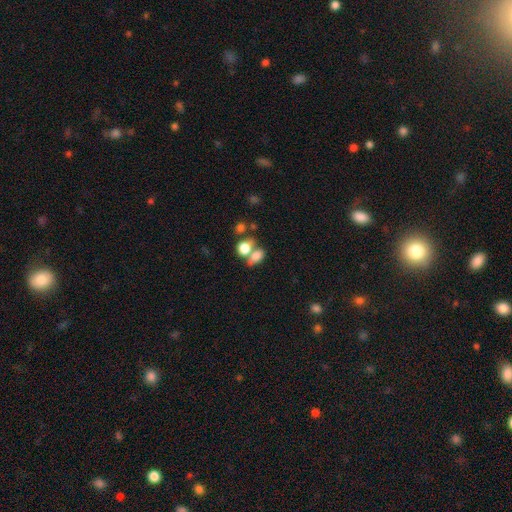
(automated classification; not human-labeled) Morphology: type=smooth (76%); roundness=in between (72%); merging=merger (50%).